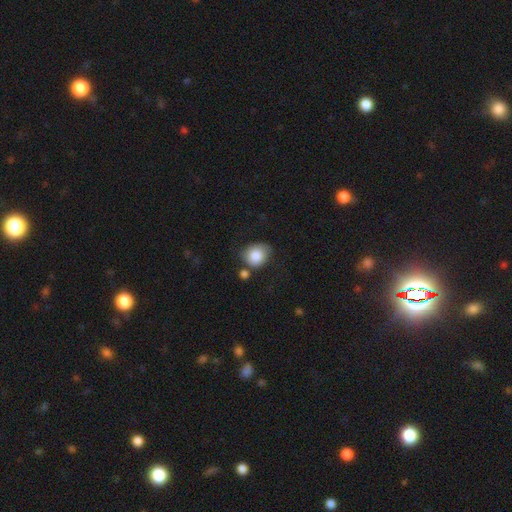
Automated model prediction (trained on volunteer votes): Q: Smooth or featured?
A: smooth (85%); runner-up: featured or disk (8%)
Q: How rounded?
A: round (58%); runner-up: in between (41%)
Q: Merging?
A: none (58%); runner-up: minor disturbance (24%)